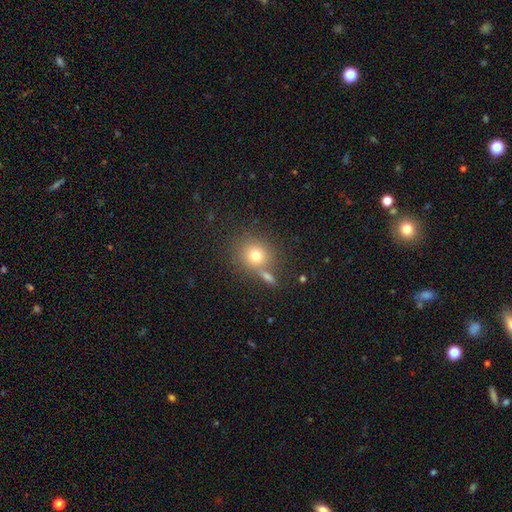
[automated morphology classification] smooth 75%, star or artifact 13%, featured or disk 12%. Down the decision tree: how rounded — round (85%); merging — none (65%).